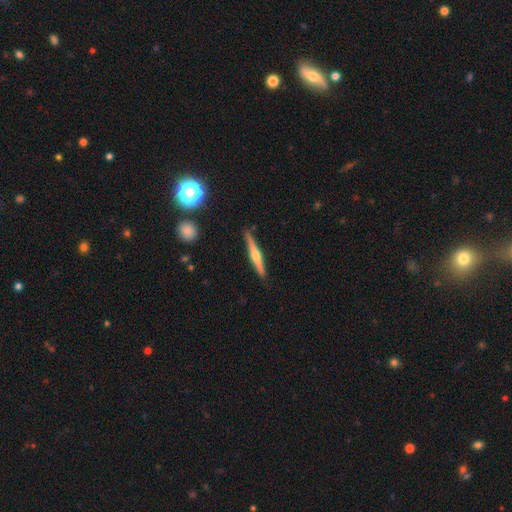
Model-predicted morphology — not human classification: This is likely a featured or disk galaxy (68%). It is clearly viewed edge-on (98%). Edge-on bulge: clearly rounded (86%). Merging: clearly none (89%).